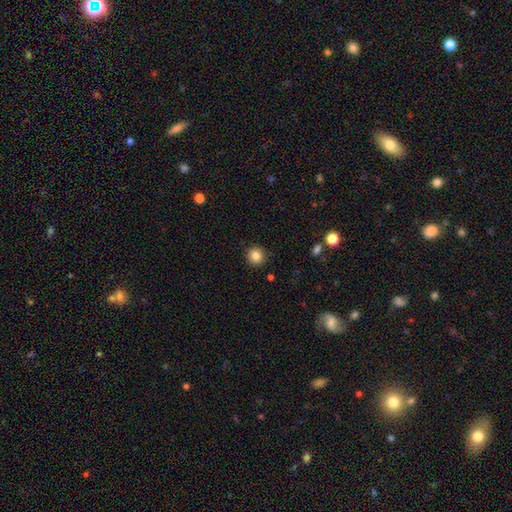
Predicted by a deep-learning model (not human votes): A smooth galaxy with no disk features (84%) that is round (93%).

Vote fractions:
- Smooth or featured? smooth: 84% / star or artifact: 10% / featured or disk: 6%
- How rounded? round: 93% / in between: 6% / cigar-shaped: 1%
- Merging? none: 92% / minor disturbance: 5% / major disturbance: 2% / merger: 1%